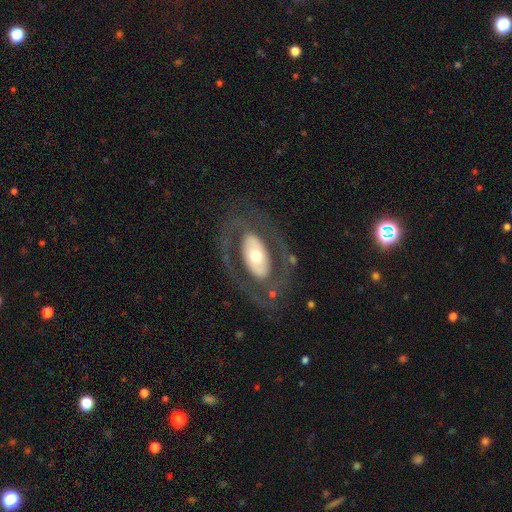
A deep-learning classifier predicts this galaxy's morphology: A featured or disk galaxy (70%) with no bar (63%), no spiral arms (55%) and a moderate central bulge (61%). Merging: none (73%).